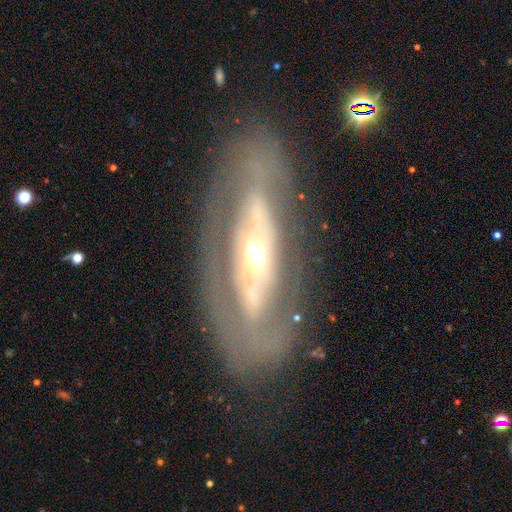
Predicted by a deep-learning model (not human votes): Morphology: type=featured or disk (78%); edge-on=no (81%); bar=no (52%); spiral arms=yes (59%); bulge=moderate (62%); merging=none (56%).